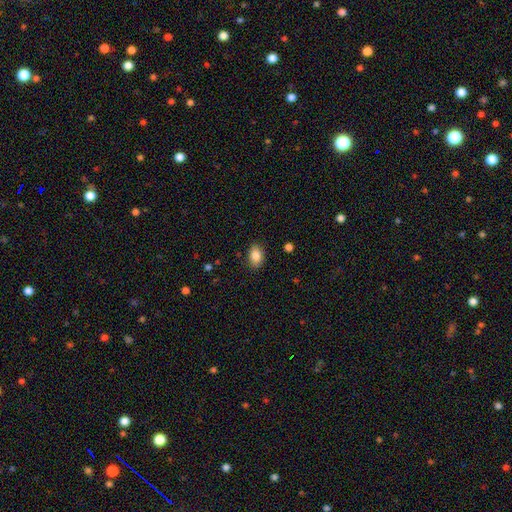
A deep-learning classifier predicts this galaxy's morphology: A smooth galaxy with no disk features (85%) that is in between round and cigar-shaped (84%).

Vote fractions:
- Smooth or featured? smooth: 85% / star or artifact: 8% / featured or disk: 7%
- How rounded? in between: 84% / round: 15% / cigar-shaped: 1%
- Merging? none: 86% / minor disturbance: 11% / major disturbance: 2% / merger: 1%